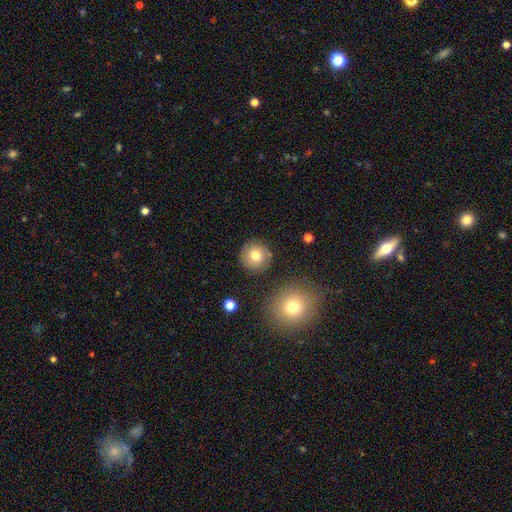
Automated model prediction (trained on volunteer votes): Q: Smooth or featured?
A: smooth (76%); runner-up: featured or disk (14%)
Q: How rounded?
A: round (94%); runner-up: in between (5%)
Q: Merging?
A: none (87%); runner-up: minor disturbance (7%)